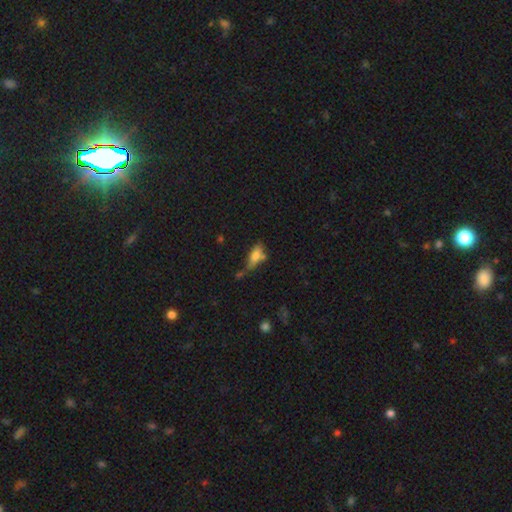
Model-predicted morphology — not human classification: Smooth or featured: smooth — 69% (featured or disk — 21%)
How rounded: in between — 70% (cigar-shaped — 26%)
Merging: none — 37% (minor disturbance — 28%)